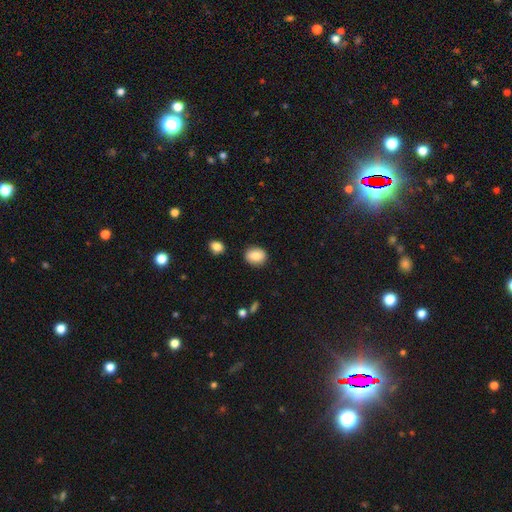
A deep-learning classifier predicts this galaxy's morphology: Smooth or featured? smooth (85%)
How rounded? round (57%)
Merging? none (87%)